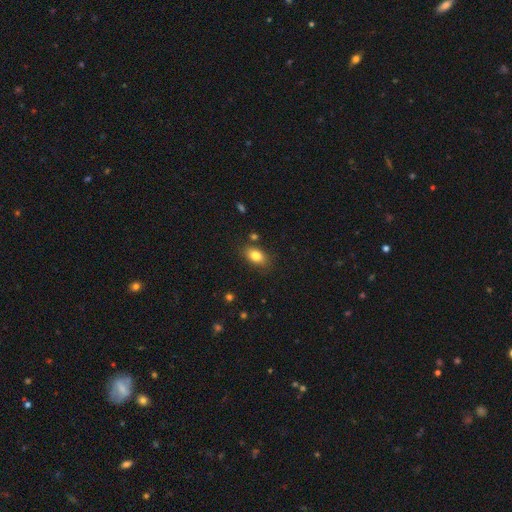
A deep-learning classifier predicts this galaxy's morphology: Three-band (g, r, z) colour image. It shows a smooth galaxy with no disk features (82%) that is in between round and cigar-shaped (85%). Merging: none (81%).